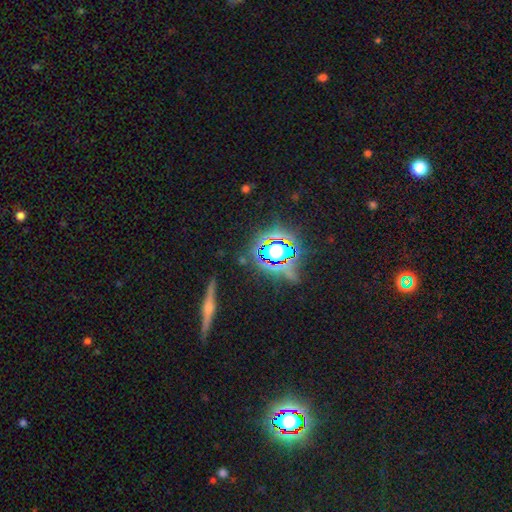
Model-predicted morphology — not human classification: This appears to be a star or artifact, not a galaxy (62%).